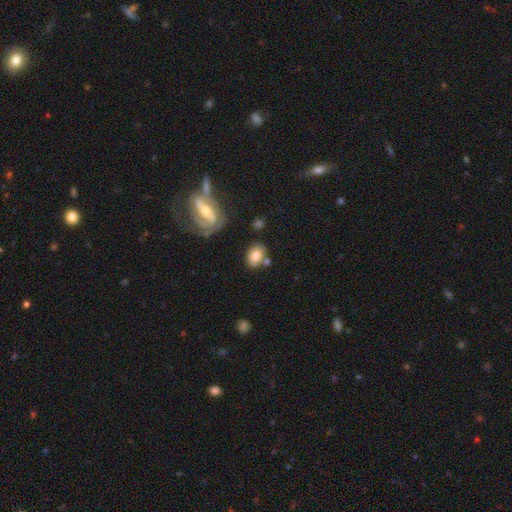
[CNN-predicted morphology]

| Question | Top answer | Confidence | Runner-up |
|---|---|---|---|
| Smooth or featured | smooth | 72% | featured or disk (20%) |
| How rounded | in between | 74% | round (25%) |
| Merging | none | 69% | minor disturbance (15%) |